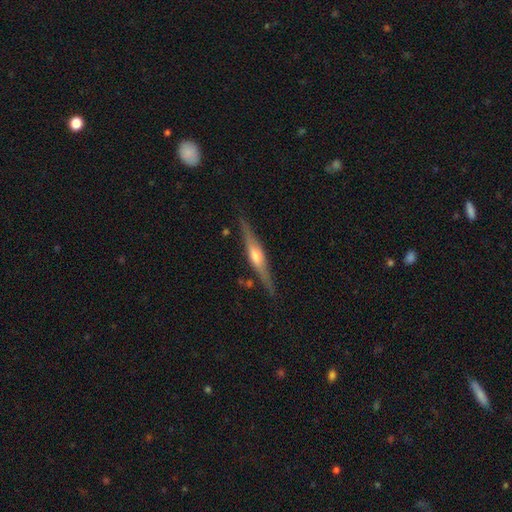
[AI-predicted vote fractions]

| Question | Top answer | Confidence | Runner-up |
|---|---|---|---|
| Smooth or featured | featured or disk | 79% | smooth (16%) |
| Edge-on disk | yes | 98% | no (2%) |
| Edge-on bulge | rounded | 85% | boxy (10%) |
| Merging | none | 87% | minor disturbance (9%) |